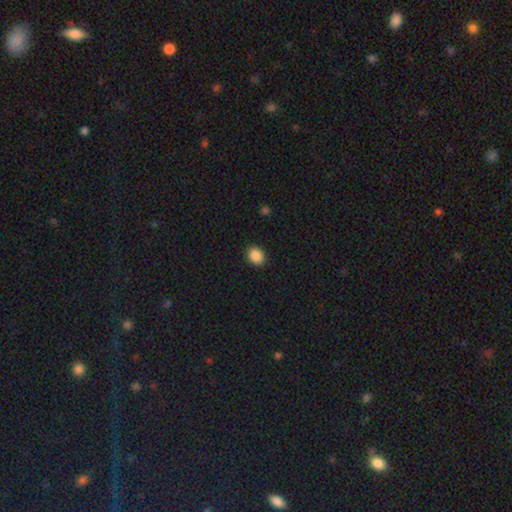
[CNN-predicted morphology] smooth-or-featured: smooth: 88% | star or artifact: 9% | featured or disk: 3%
  how-rounded: round: 53% | in between: 46% | cigar-shaped: 1%
  merging: none: 90% | minor disturbance: 7% | major disturbance: 2% | merger: 1%